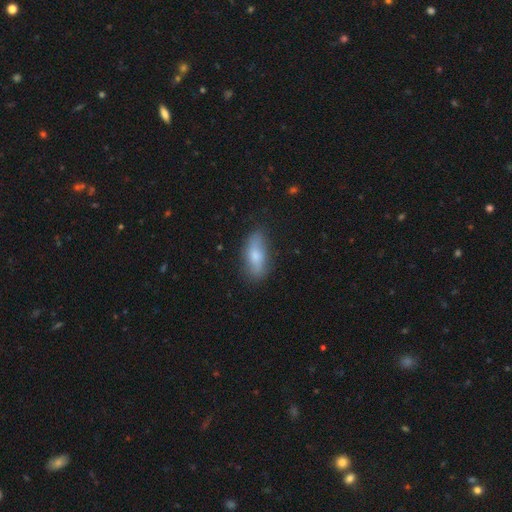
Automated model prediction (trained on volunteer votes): Smooth or featured? smooth (68%)
How rounded? in between (74%)
Merging? none (76%)